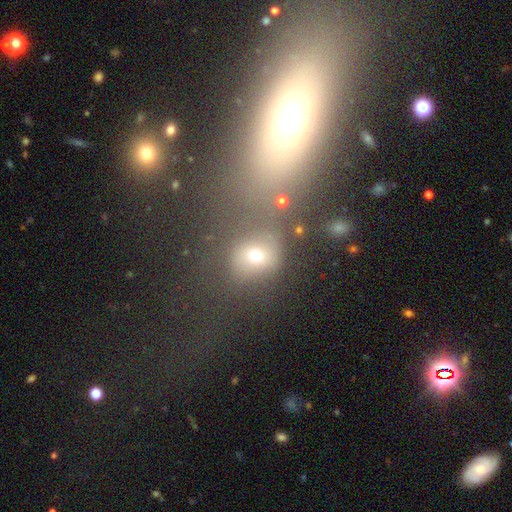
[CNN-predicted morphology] A smooth galaxy with no disk features (64%) that is round (66%).

Vote fractions:
- Smooth or featured? smooth: 64% / star or artifact: 23% / featured or disk: 14%
- How rounded? round: 66% / in between: 32% / cigar-shaped: 2%
- Merging? none: 58% / merger: 18% / minor disturbance: 14% / major disturbance: 10%